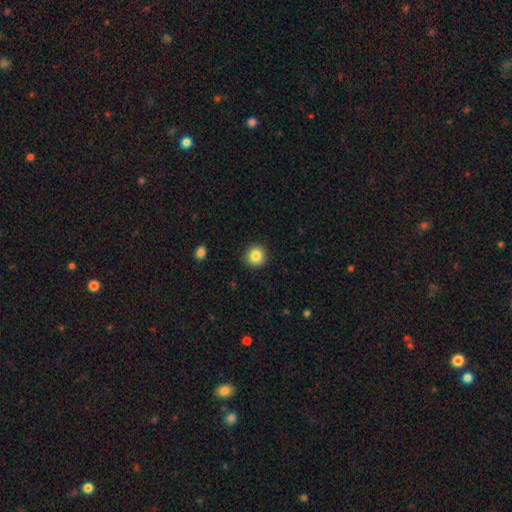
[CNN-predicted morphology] A smooth galaxy with no disk features (85%) that is round (93%). Merging: none (92%).